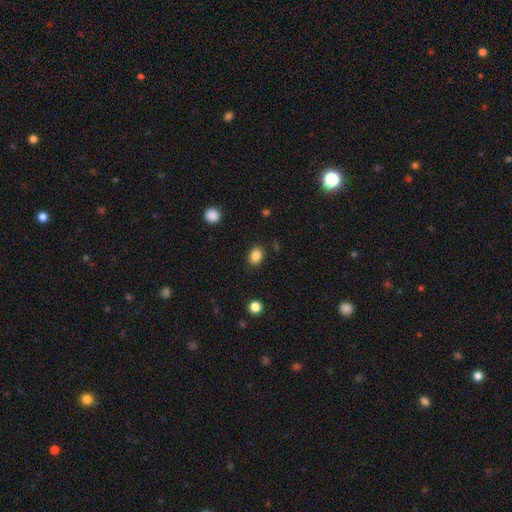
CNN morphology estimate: Smooth or featured? Predicted: smooth (p=0.86). How rounded? Predicted: in between (p=0.64). Merging? Predicted: none (p=0.86).